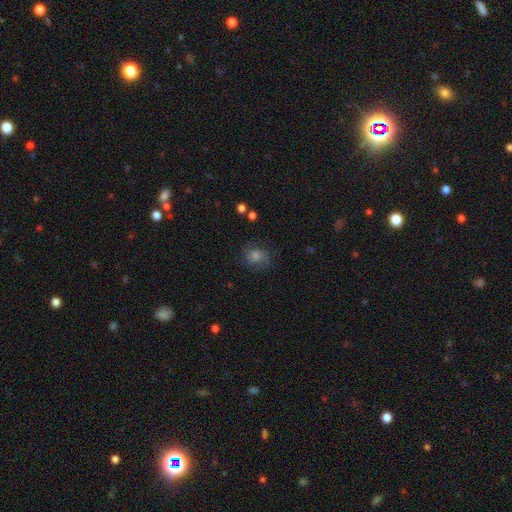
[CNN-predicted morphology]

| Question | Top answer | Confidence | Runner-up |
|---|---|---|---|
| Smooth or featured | featured or disk | 48% | smooth (32%) |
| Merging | none | 74% | minor disturbance (16%) |